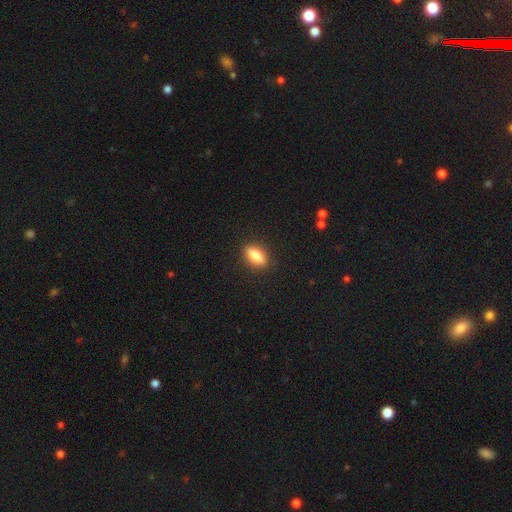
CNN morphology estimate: Q: Smooth or featured?
A: smooth (74%); runner-up: featured or disk (19%)
Q: How rounded?
A: in between (70%); runner-up: cigar-shaped (25%)
Q: Merging?
A: none (88%); runner-up: minor disturbance (9%)